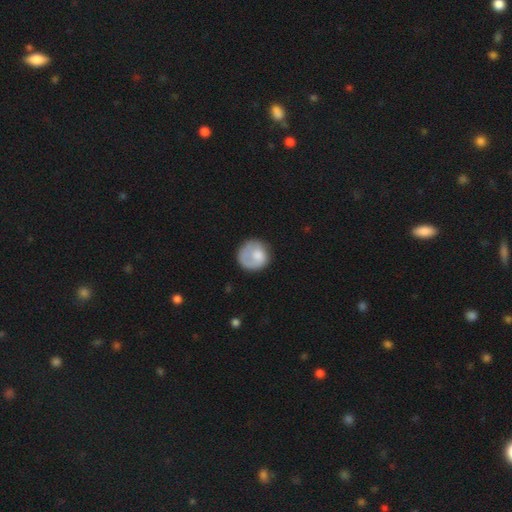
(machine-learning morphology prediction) This appears to be a smooth galaxy with no disk features (69%) that is round (85%). Merging: none (56%).